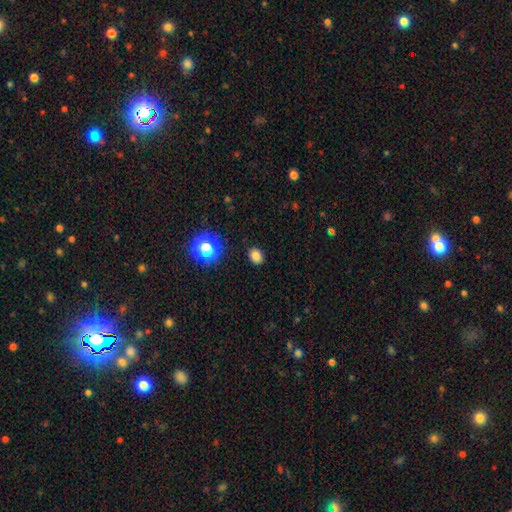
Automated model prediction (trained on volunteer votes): Smooth or featured: smooth — 80% (star or artifact — 16%)
How rounded: round — 52% (in between — 47%)
Merging: none — 88% (minor disturbance — 8%)